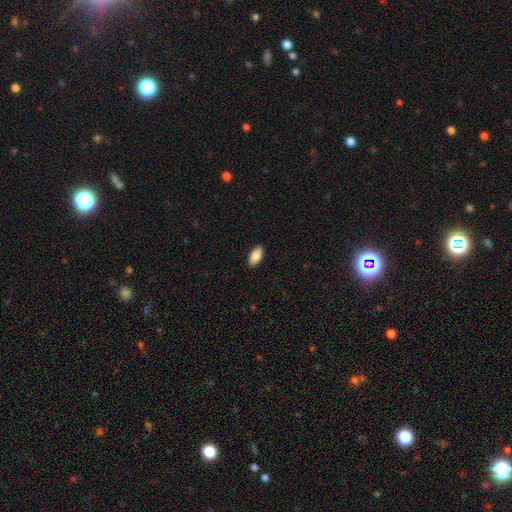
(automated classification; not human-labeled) A smooth galaxy with no disk features (86%) that is in between round and cigar-shaped (92%).

Vote fractions:
- Smooth or featured? smooth: 86% / featured or disk: 8% / star or artifact: 6%
- How rounded? in between: 92% / cigar-shaped: 6% / round: 2%
- Merging? none: 90% / minor disturbance: 7% / major disturbance: 2% / merger: 1%